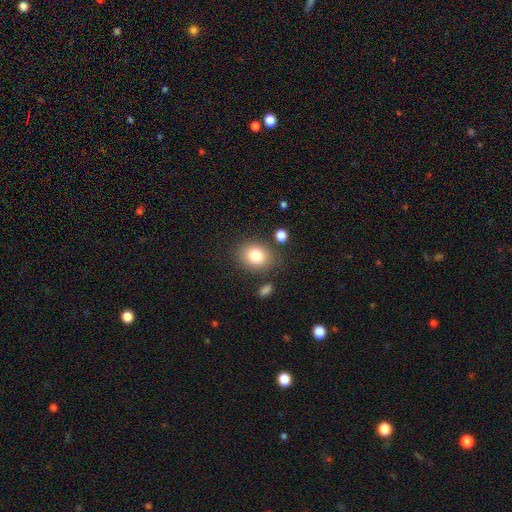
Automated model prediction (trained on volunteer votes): This is clearly a smooth galaxy (81%). How rounded: possibly round (57%). Merging: likely none (80%).